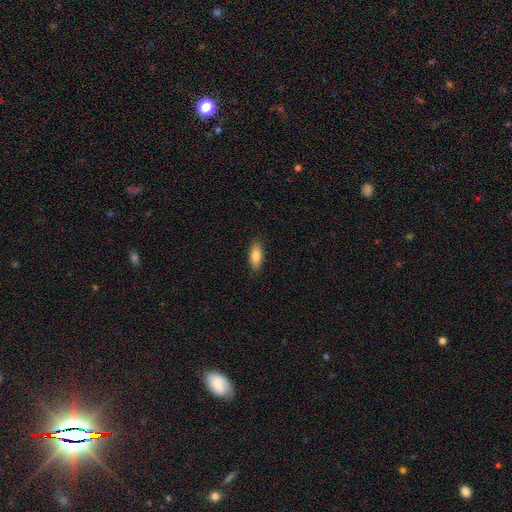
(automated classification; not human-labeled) smooth_or_featured: smooth (p=0.82) [alt: featured or disk p=0.12]
how_rounded: in between (p=0.78) [alt: cigar-shaped p=0.19]
merging: none (p=0.87) [alt: minor disturbance p=0.10]